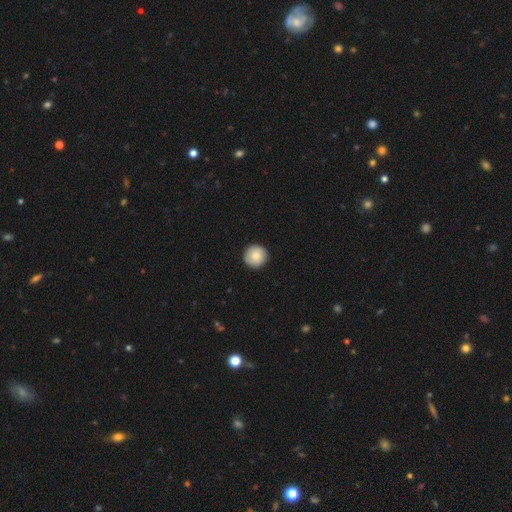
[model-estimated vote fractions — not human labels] Morphology: type=smooth (83%); roundness=round (96%); merging=none (92%).